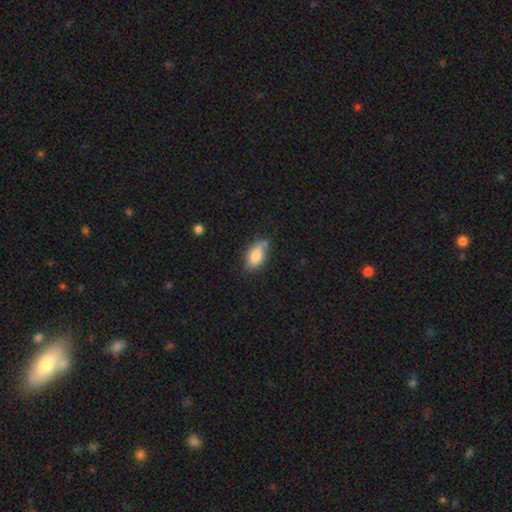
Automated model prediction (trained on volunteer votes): Smooth or featured?
  - smooth: 80% *
  - featured or disk: 13%
  - star or artifact: 7%
How rounded?
  - in between: 90% *
  - cigar-shaped: 5%
  - round: 5%
Merging?
  - none: 64% *
  - minor disturbance: 24%
  - merger: 7%
  - major disturbance: 5%